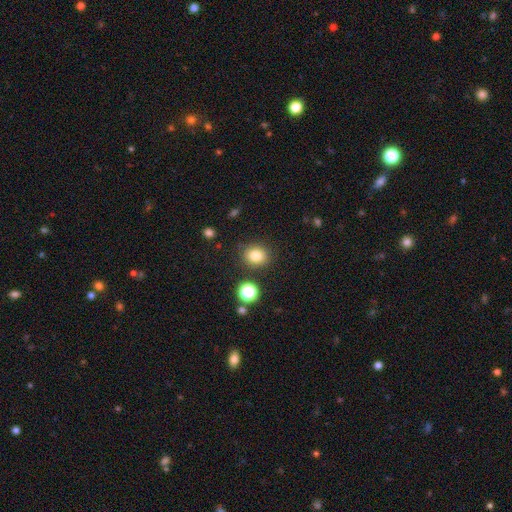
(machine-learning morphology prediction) The model was most divided on "how rounded": round: 73%, in between: 26%, cigar-shaped: 1%. More confident: merging — none (85%); smooth or featured — smooth (81%).